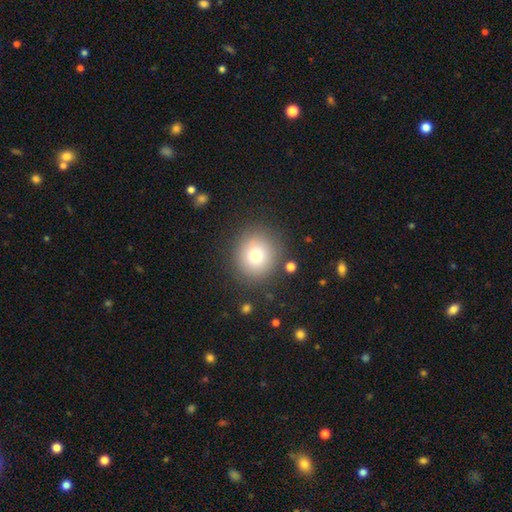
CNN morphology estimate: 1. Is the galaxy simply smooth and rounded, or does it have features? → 76% smooth, 12% star or artifact, 12% featured or disk.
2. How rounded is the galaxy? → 86% round, 13% in between, 1% cigar-shaped.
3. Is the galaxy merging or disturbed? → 86% none, 8% minor disturbance, 3% major disturbance, 2% merger.